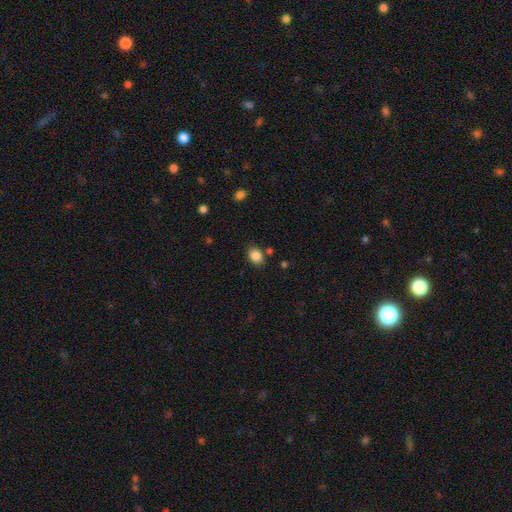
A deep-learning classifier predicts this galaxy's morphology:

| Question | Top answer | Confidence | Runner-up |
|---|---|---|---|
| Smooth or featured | smooth | 85% | star or artifact (10%) |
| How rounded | in between | 62% | round (37%) |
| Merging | none | 78% | minor disturbance (13%) |